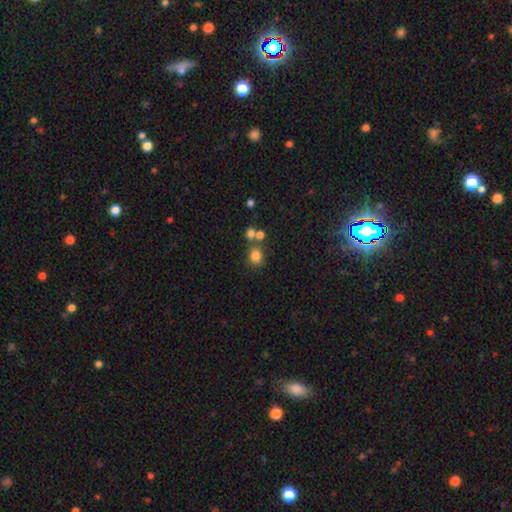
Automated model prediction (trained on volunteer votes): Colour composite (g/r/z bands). It shows a smooth galaxy with no disk features (79%) that is round (70%). Merging: none (60%).